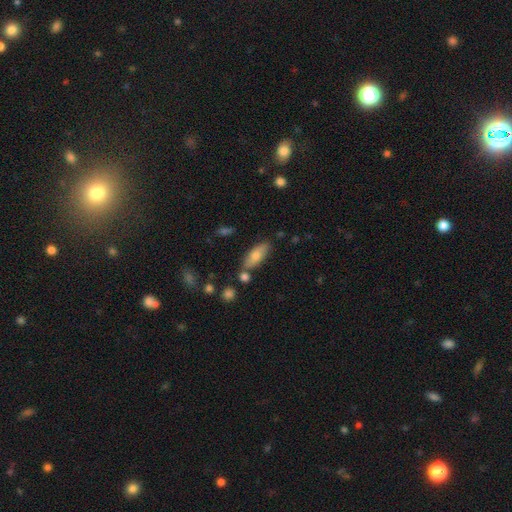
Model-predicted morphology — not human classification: smooth-or-featured: smooth: 76% | featured or disk: 17% | star or artifact: 7%
  how-rounded: in between: 78% | cigar-shaped: 19% | round: 3%
  merging: none: 74% | minor disturbance: 14% | merger: 8% | major disturbance: 3%